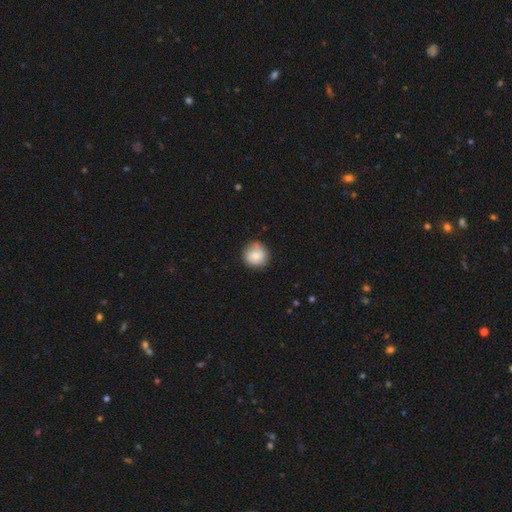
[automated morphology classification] Overall: smooth (79%). How rounded: round (92%). Merging: none (76%).